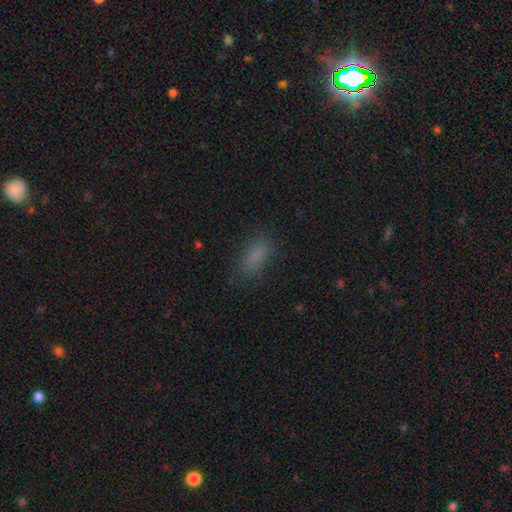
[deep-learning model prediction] Morphology: type=smooth (80%); roundness=in between (79%); merging=none (77%).